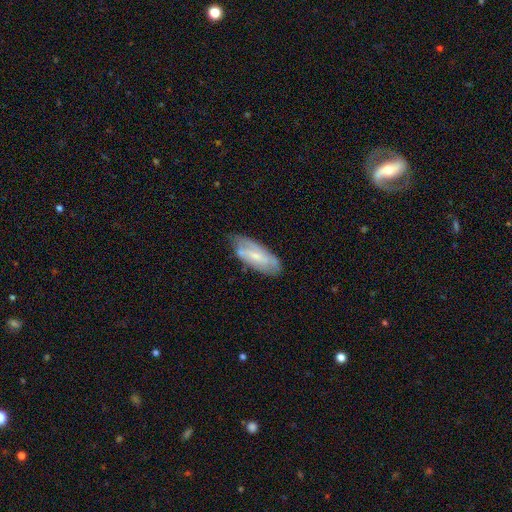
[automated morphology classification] This appears to be a featured or disk galaxy (54%). Merging: none (66%).